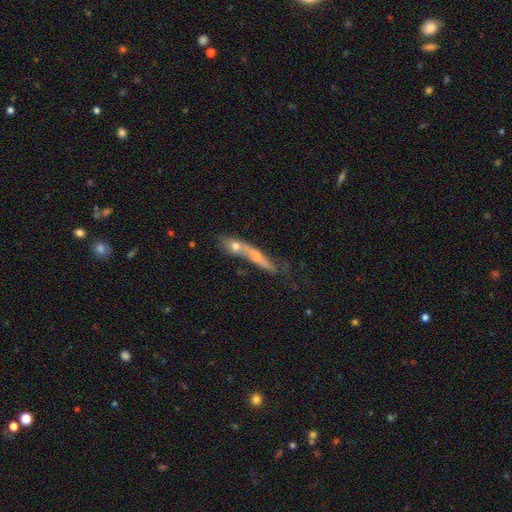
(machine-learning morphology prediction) featured or disk 54%, smooth 34%, star or artifact 12%. Down the decision tree: edge-on disk — yes (73%); merging — merger (40%).